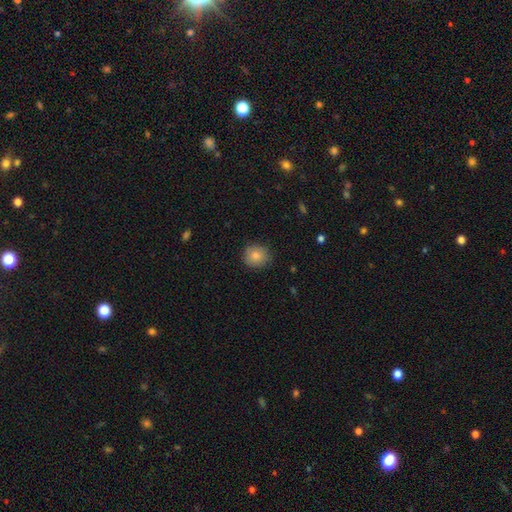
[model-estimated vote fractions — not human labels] smooth 83%, star or artifact 9%, featured or disk 8%. Down the decision tree: how rounded — round (87%); merging — none (85%).